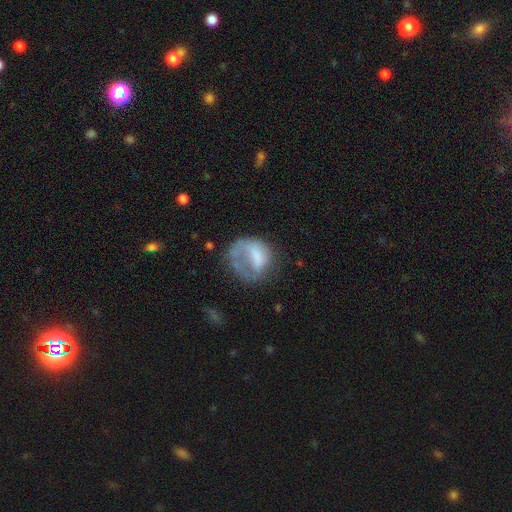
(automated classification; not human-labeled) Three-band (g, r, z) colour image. It shows a smooth galaxy with no disk features (53%) that is round (65%). Merging: major disturbance (43%).